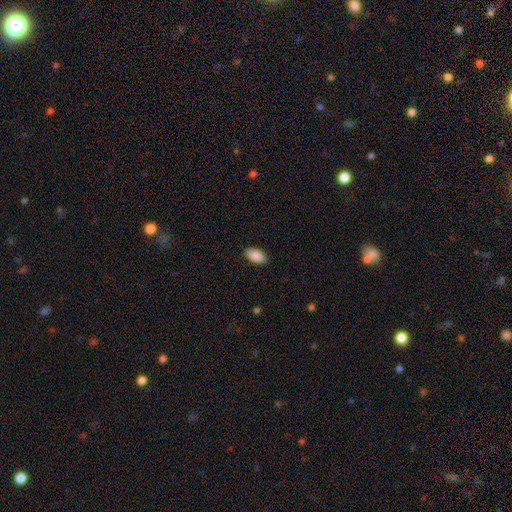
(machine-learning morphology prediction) This appears to be a smooth galaxy with no disk features (90%) that is in between round and cigar-shaped (95%). Merging: none (87%).